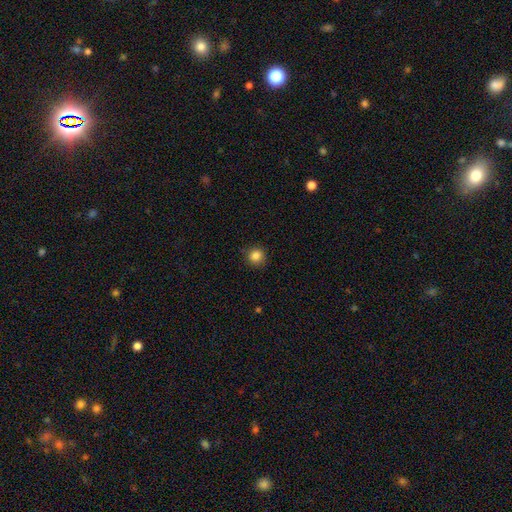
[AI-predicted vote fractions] Morphology: type=smooth (85%); roundness=round (92%); merging=none (88%).